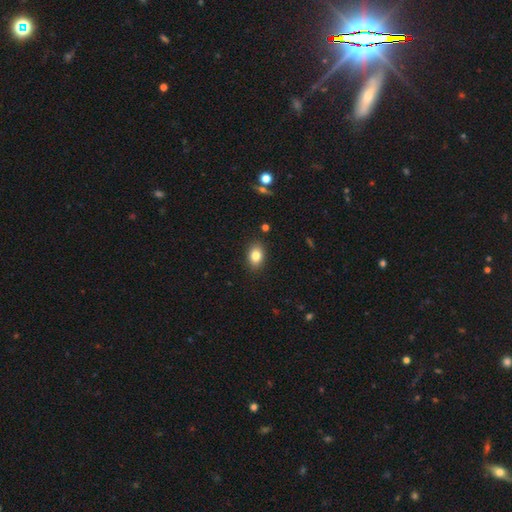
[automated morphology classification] Smooth or featured? Predicted: smooth (p=0.83). How rounded? Predicted: in between (p=0.80). Merging? Predicted: none (p=0.88).